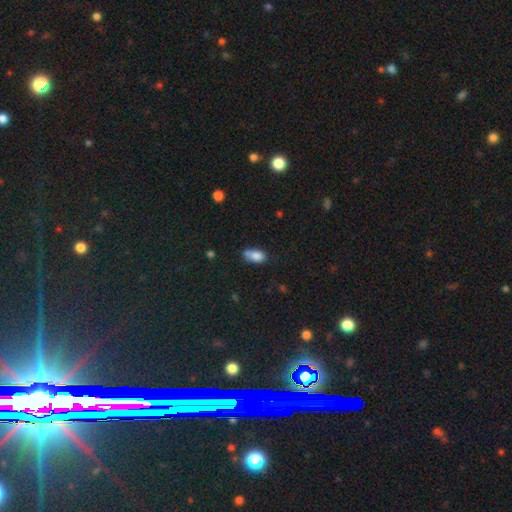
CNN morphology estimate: Smooth or featured?
  - smooth: 81% *
  - featured or disk: 11%
  - star or artifact: 9%
How rounded?
  - in between: 87% *
  - cigar-shaped: 6%
  - round: 6%
Merging?
  - none: 45% *
  - minor disturbance: 30%
  - merger: 16%
  - major disturbance: 10%